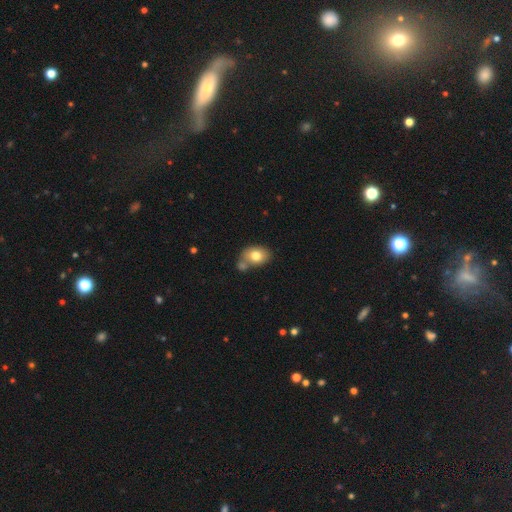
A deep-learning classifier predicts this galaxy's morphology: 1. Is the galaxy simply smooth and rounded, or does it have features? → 76% smooth, 16% featured or disk, 9% star or artifact.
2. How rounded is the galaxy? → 70% in between, 29% round, 1% cigar-shaped.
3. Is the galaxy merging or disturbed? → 49% none, 30% merger, 16% minor disturbance, 5% major disturbance.